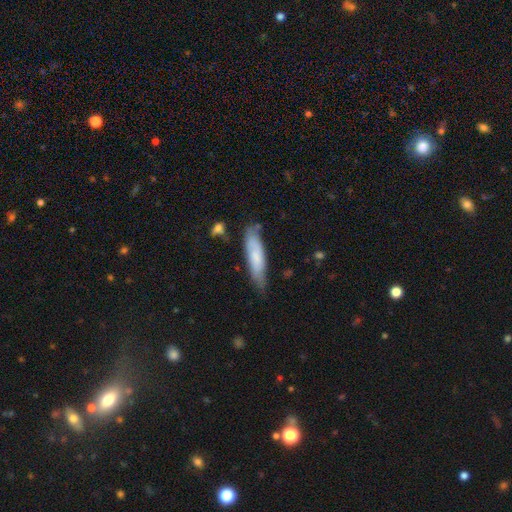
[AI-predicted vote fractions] The model was most divided on "smooth or featured": smooth: 68%, featured or disk: 26%, star or artifact: 6%. More confident: how rounded — cigar-shaped (71%); merging — none (69%).